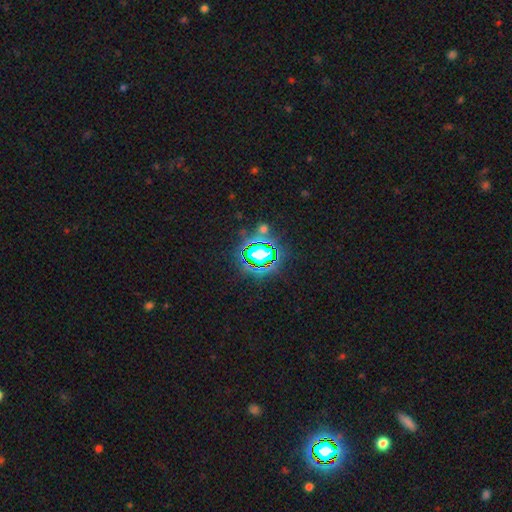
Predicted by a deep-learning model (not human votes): star or artifact 69%, smooth 20%, featured or disk 12%.